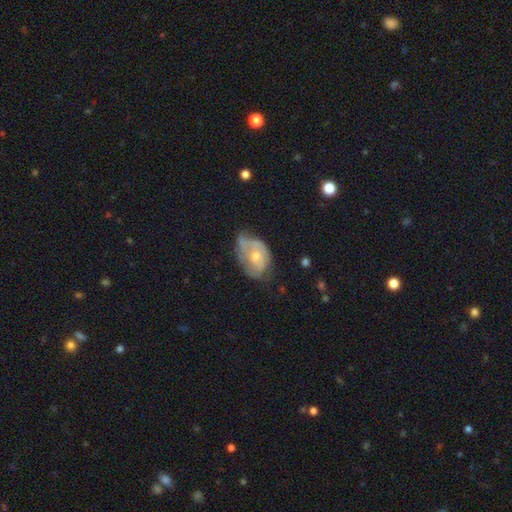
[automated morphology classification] Smooth or featured? Predicted: featured or disk (p=0.60). Edge-on disk? Predicted: no (p=0.96). Bar? Predicted: no (p=0.79). Spiral arms? Predicted: yes (p=0.66). Bulge size? Predicted: small (p=0.51). Merging? Predicted: none (p=0.37).